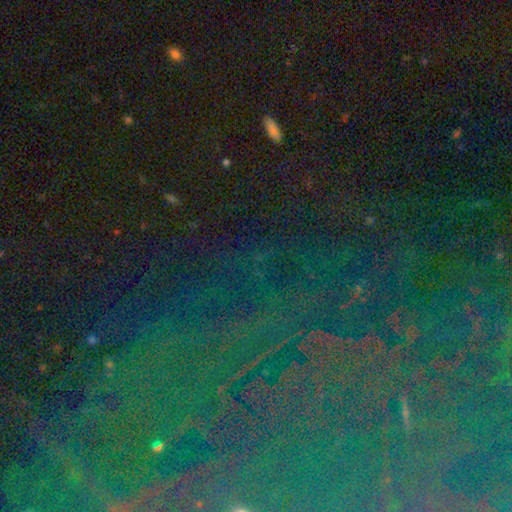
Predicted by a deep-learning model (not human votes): A star or artifact, not a galaxy (76%).